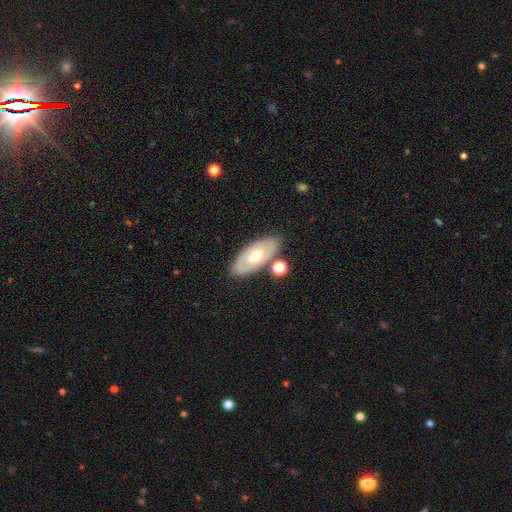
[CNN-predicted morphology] This is possibly a featured or disk galaxy (47%). Merging: likely none (77%).